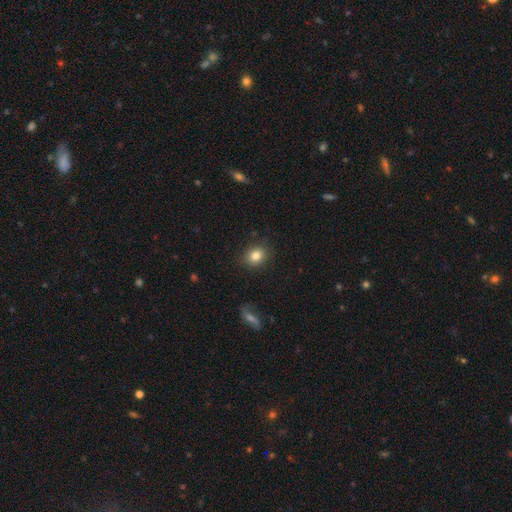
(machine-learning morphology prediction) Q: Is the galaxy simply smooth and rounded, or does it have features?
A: smooth — 83%.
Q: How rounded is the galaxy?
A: round — 54%.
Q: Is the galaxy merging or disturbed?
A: none — 87%.